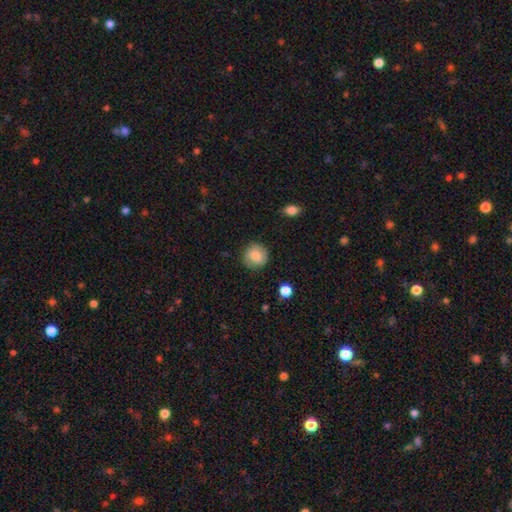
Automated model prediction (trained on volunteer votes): smooth 79%, featured or disk 13%, star or artifact 8%. Down the decision tree: how rounded — round (89%); merging — none (84%).